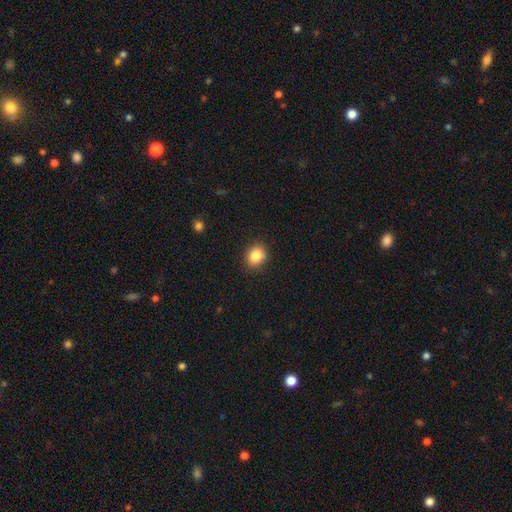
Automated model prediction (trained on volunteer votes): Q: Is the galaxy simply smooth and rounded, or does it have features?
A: smooth — 84%.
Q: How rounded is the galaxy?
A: round — 67%.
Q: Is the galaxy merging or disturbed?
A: none — 83%.